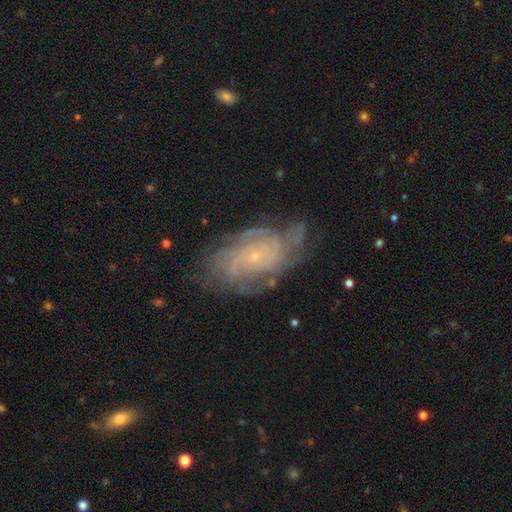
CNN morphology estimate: Smooth or featured? featured or disk (82%)
Edge-on disk? no (95%)
Bar? no (78%)
Spiral arms? yes (94%)
Spiral winding? tight (64%)
Spiral arm count? can't tell (38%)
Bulge size? small (85%)
Merging? none (71%)